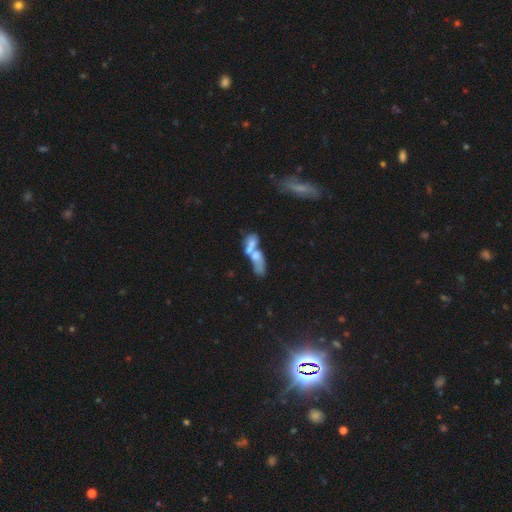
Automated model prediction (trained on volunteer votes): Smooth or featured? smooth (48%)
Merging? merger (57%)